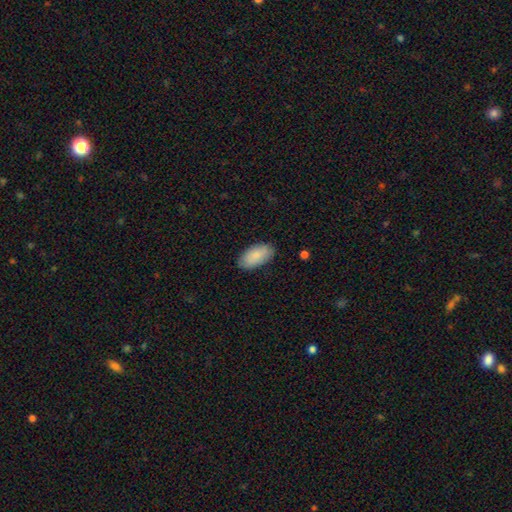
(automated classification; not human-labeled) This is clearly a smooth galaxy (85%). How rounded: clearly in between (95%). Merging: clearly none (85%).